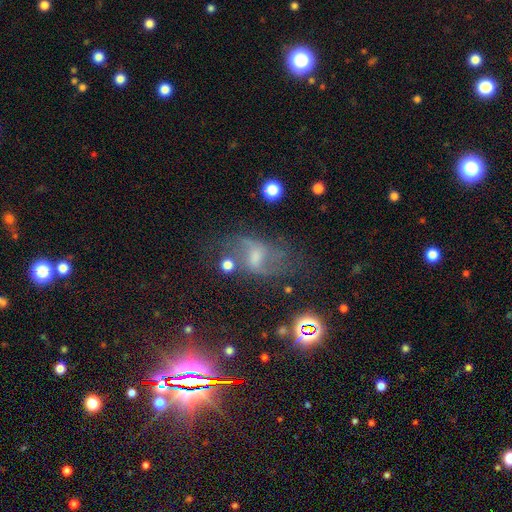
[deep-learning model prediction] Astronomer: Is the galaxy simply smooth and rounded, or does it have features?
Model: featured or disk — 49% (runner-up: star or artifact, 34%).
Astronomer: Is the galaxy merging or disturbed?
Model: none — 59%.